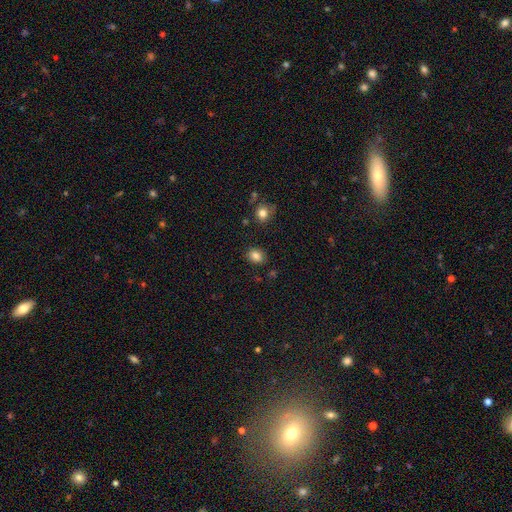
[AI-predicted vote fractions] Morphology: type=smooth (84%); roundness=in between (55%); merging=none (84%).